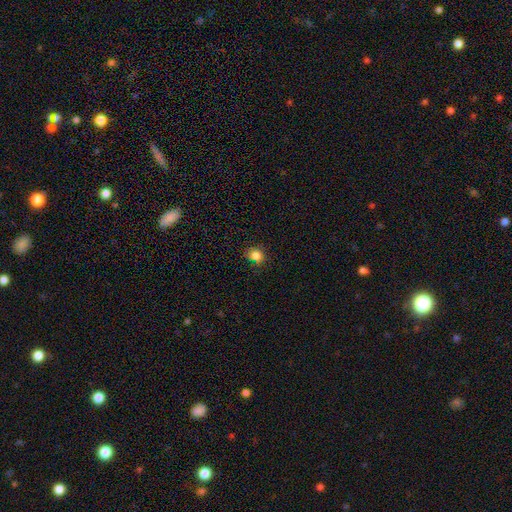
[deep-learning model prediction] Overall: smooth (83%). How rounded: round (80%). Merging: none (81%).